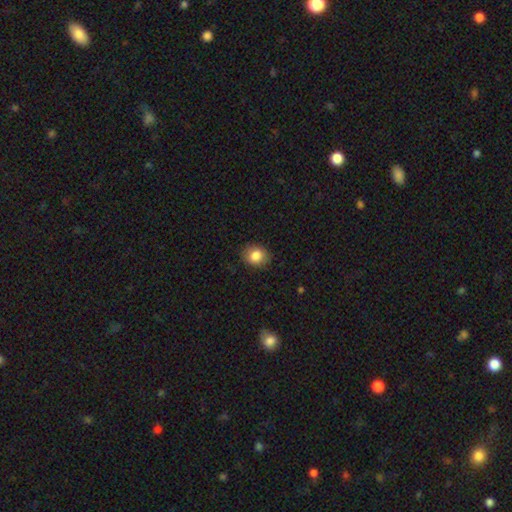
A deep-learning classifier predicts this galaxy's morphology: Smooth or featured: smooth — 84% (star or artifact — 9%)
How rounded: round — 58% (in between — 41%)
Merging: none — 85% (minor disturbance — 11%)